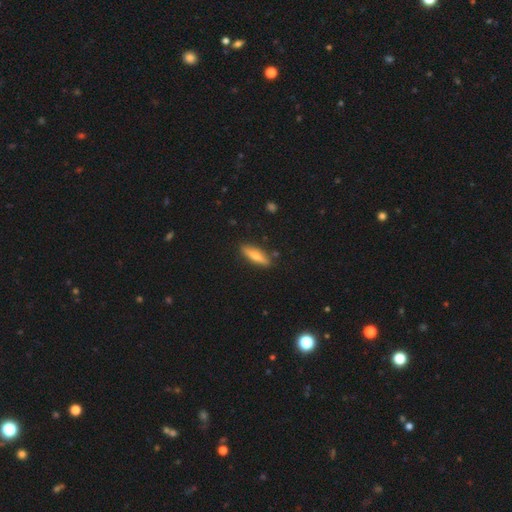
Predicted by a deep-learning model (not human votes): This is likely a smooth galaxy (63%). How rounded: likely cigar-shaped (70%). Merging: clearly none (86%).